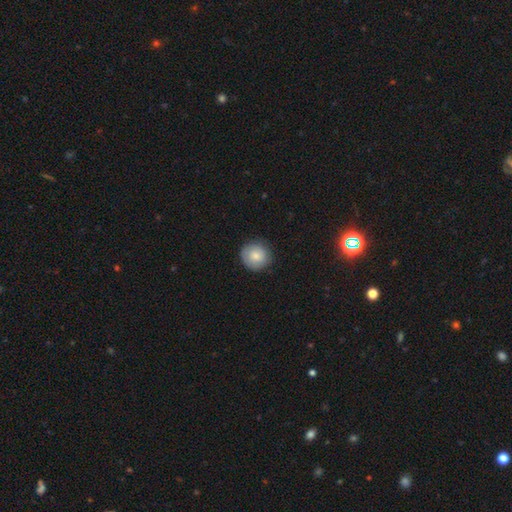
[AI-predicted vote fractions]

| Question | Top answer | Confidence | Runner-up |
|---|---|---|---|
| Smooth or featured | smooth | 79% | featured or disk (14%) |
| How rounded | round | 92% | in between (7%) |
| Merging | none | 86% | minor disturbance (11%) |